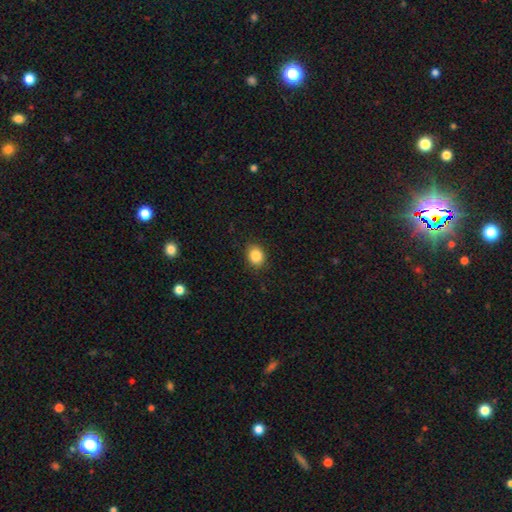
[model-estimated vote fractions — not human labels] smooth_or_featured: smooth (p=0.86) [alt: star or artifact p=0.09]
how_rounded: round (p=0.54) [alt: in between p=0.45]
merging: none (p=0.88) [alt: minor disturbance p=0.08]